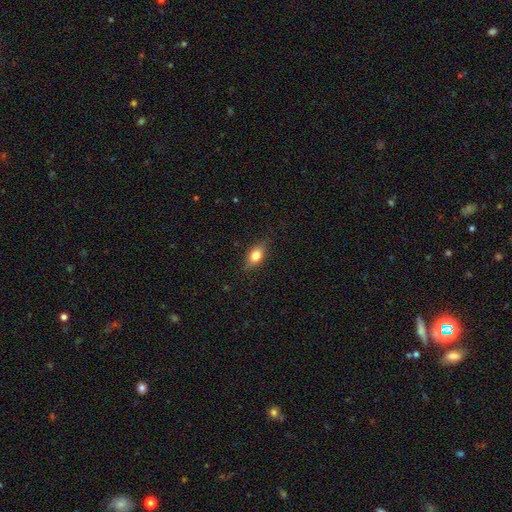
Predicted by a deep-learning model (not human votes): Smooth or featured?
  - smooth: 74% *
  - featured or disk: 18%
  - star or artifact: 8%
How rounded?
  - in between: 79% *
  - round: 11%
  - cigar-shaped: 10%
Merging?
  - none: 81% *
  - minor disturbance: 15%
  - major disturbance: 3%
  - merger: 1%